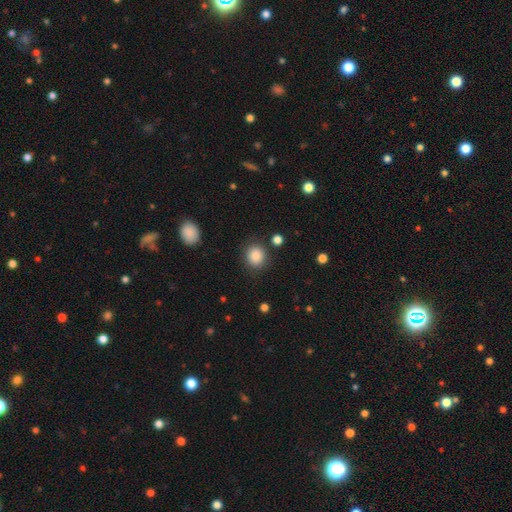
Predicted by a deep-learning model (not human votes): smooth 87%, star or artifact 9%, featured or disk 4%. Down the decision tree: how rounded — round (82%); merging — none (84%).